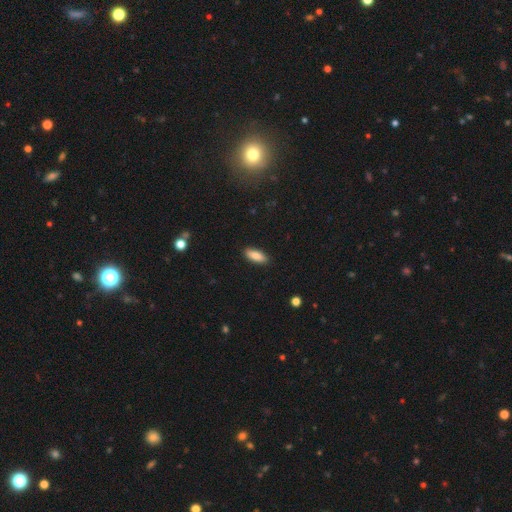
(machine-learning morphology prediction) This is clearly a smooth galaxy (86%). How rounded: likely in between (73%). Merging: clearly none (89%).